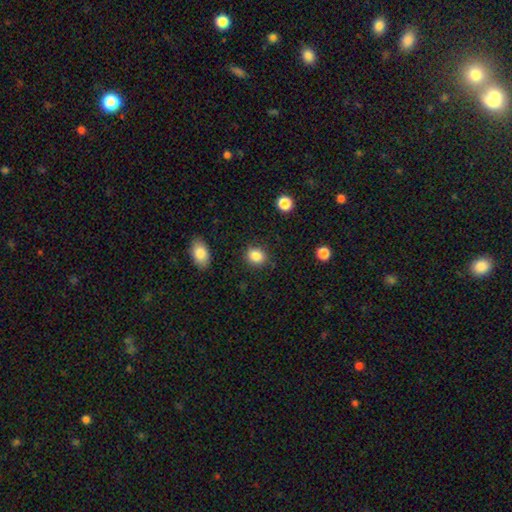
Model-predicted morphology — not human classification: This is clearly a smooth galaxy (86%). How rounded: likely round (64%). Merging: clearly none (86%).